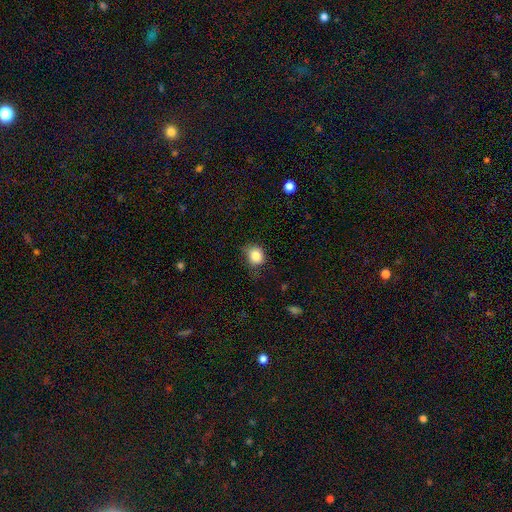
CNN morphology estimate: smooth 85%, star or artifact 10%, featured or disk 6%. Down the decision tree: how rounded — round (68%); merging — none (64%).